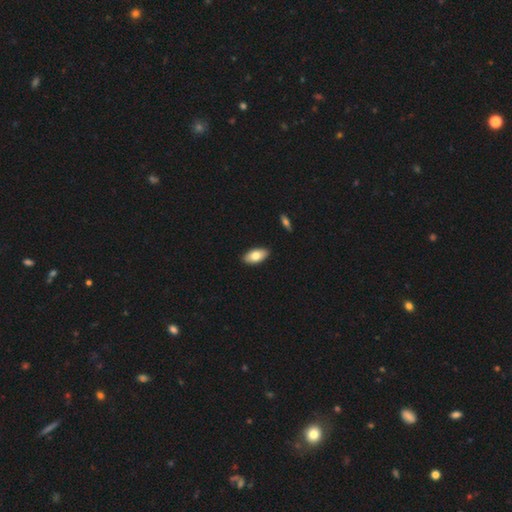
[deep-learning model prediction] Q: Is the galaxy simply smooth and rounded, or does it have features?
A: smooth — 79%.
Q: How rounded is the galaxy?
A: in between — 93%.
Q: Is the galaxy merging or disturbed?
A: none — 89%.